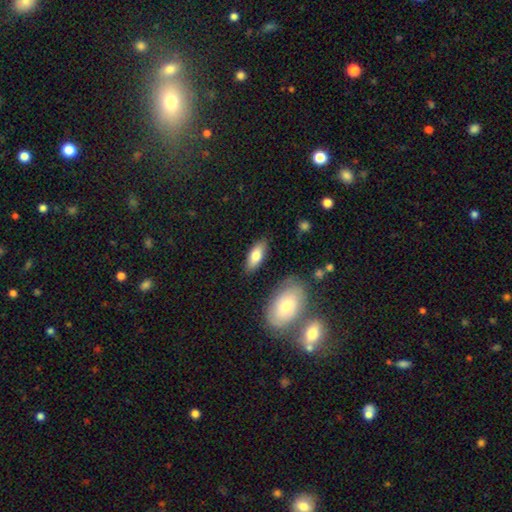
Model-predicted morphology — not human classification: This is likely a smooth galaxy (77%). How rounded: likely in between (79%). Merging: clearly none (83%).